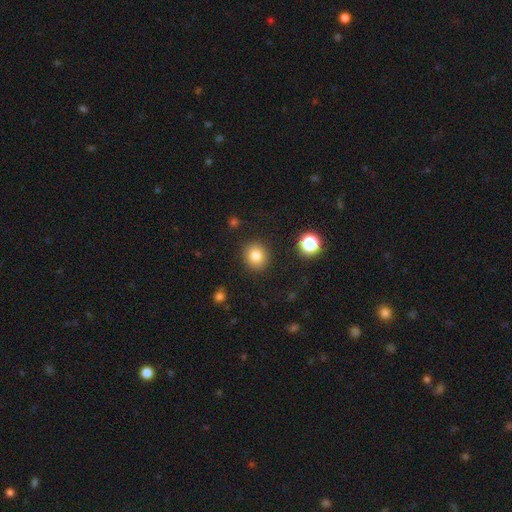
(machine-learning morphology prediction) smooth_or_featured: smooth (p=0.81) [alt: star or artifact p=0.11]
how_rounded: round (p=0.81) [alt: in between p=0.18]
merging: none (p=0.89) [alt: minor disturbance p=0.07]